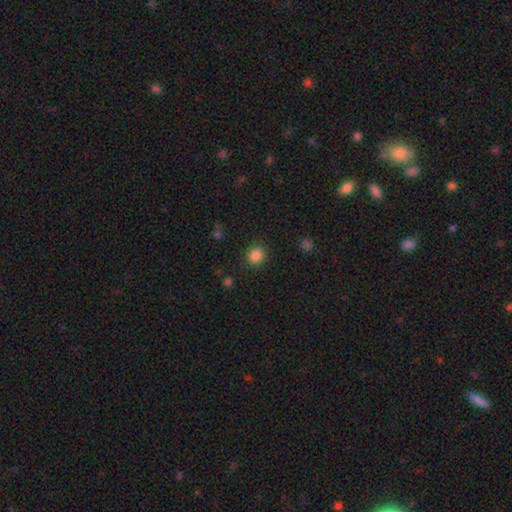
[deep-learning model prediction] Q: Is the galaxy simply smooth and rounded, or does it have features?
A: smooth — 85%.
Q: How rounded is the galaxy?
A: round — 87%.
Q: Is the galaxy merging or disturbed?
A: none — 89%.